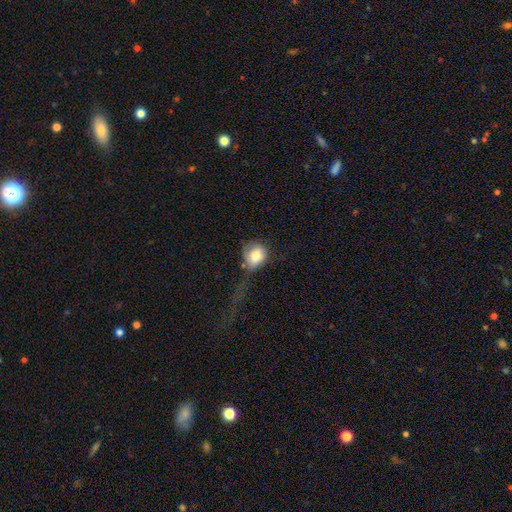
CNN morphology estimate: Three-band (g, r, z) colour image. It shows a smooth galaxy with no disk features (77%) that is round (60%). Merging: major disturbance (39%).